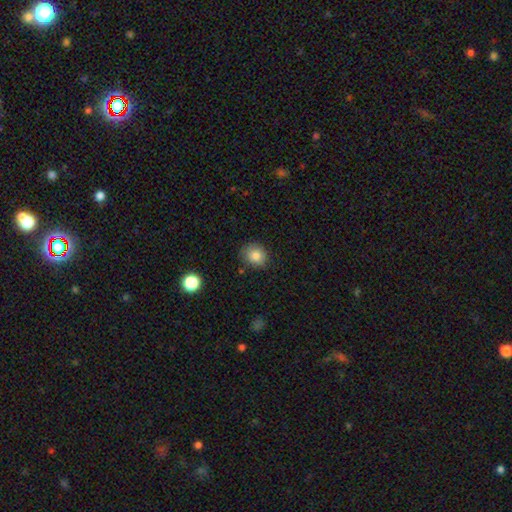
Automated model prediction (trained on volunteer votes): This appears to be a smooth galaxy with no disk features (84%) that is round (73%). Merging: none (80%).